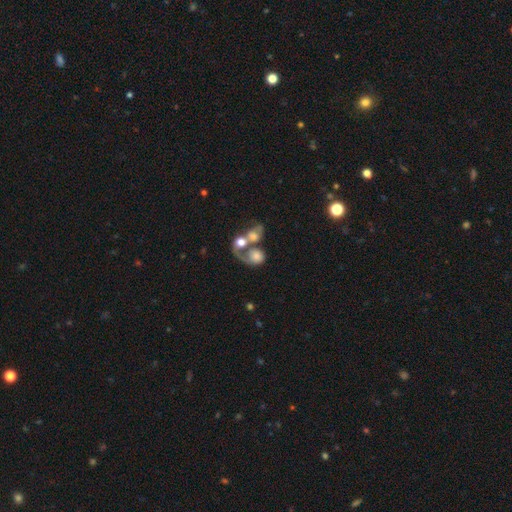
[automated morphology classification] smooth 48%, featured or disk 41%, star or artifact 11%. Down the decision tree: merging — merger (65%).